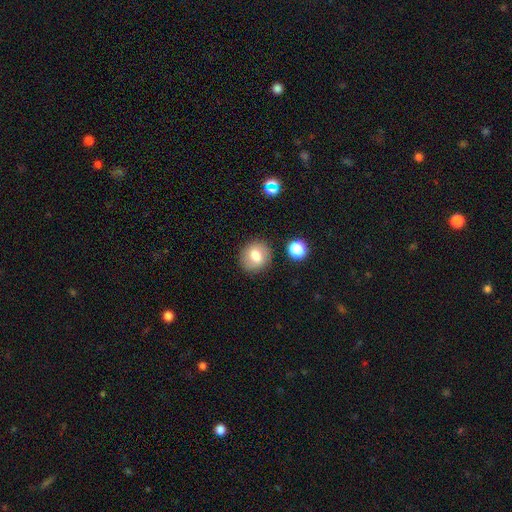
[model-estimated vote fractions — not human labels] Q: Smooth or featured?
A: smooth (75%); runner-up: featured or disk (16%)
Q: How rounded?
A: round (75%); runner-up: in between (24%)
Q: Merging?
A: none (85%); runner-up: minor disturbance (9%)